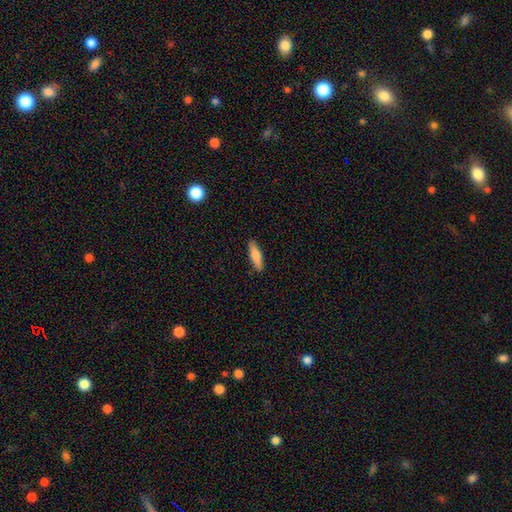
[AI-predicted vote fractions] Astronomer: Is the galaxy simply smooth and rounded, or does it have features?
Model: smooth — 76%.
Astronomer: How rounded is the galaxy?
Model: cigar-shaped — 63%.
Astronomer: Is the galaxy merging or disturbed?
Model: none — 89%.